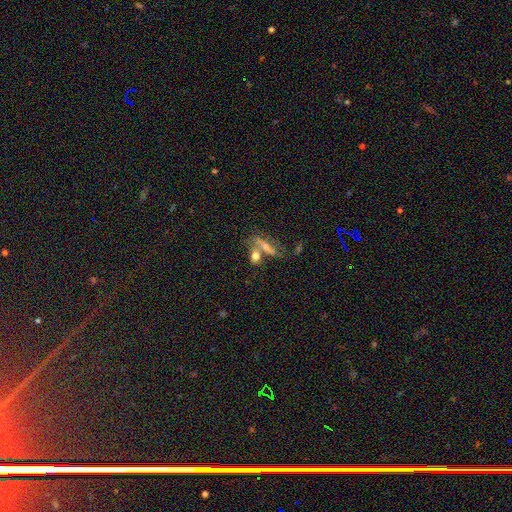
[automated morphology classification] A smooth galaxy with no disk features (65%) that is in between round and cigar-shaped (59%). Merging: merger (45%).